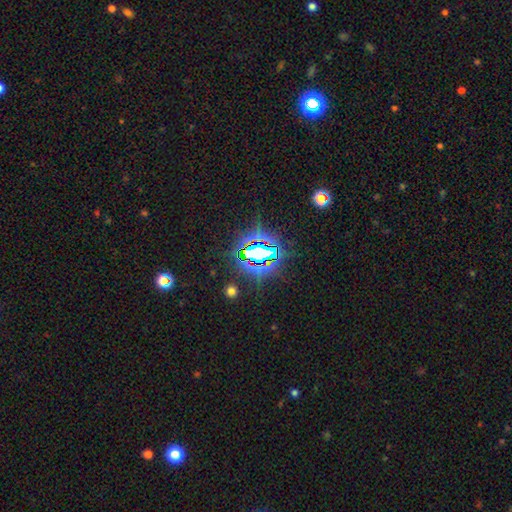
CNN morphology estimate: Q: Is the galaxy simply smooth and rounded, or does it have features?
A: star or artifact — 81%.